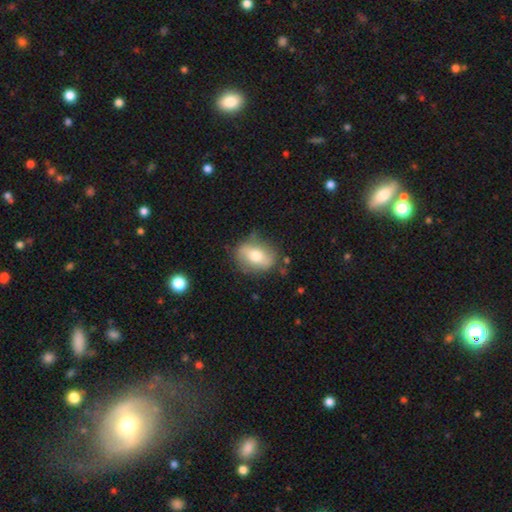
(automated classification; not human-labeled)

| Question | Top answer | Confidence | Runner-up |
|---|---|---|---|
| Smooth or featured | smooth | 58% | featured or disk (34%) |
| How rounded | in between | 73% | round (24%) |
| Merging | none | 72% | minor disturbance (20%) |